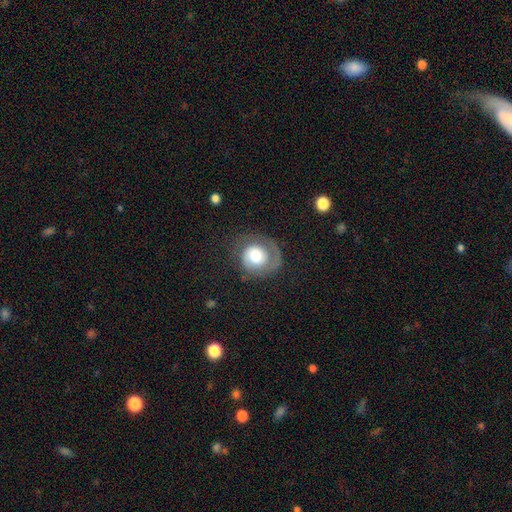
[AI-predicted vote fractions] Smooth or featured: featured or disk — 63% (smooth — 30%)
Edge-on disk: no — 98% (yes — 2%)
Bar: no — 75% (weak — 21%)
Spiral arms: yes — 88% (no — 12%)
Spiral winding: tight — 55% (medium — 31%)
Spiral arm count: 1 — 70% (2 — 20%)
Bulge size: moderate — 52% (large — 34%)
Merging: none — 62% (minor disturbance — 18%)